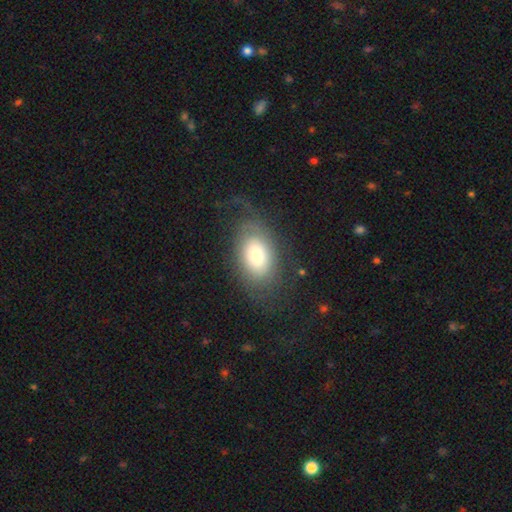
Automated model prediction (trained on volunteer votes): Smooth or featured: smooth — 53% (featured or disk — 39%)
How rounded: in between — 89% (round — 10%)
Merging: none — 60% (minor disturbance — 20%)